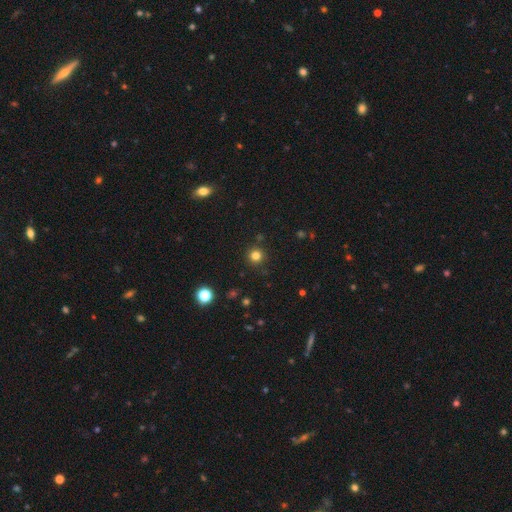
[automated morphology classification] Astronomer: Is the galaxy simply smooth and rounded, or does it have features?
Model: smooth — 80%.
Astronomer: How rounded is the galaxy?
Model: round — 95%.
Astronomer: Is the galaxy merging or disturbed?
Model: none — 89%.